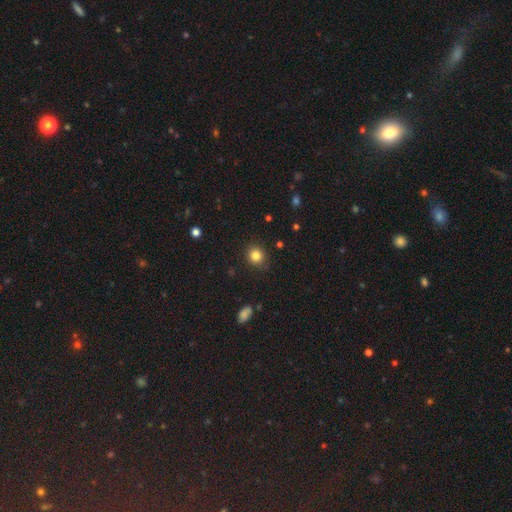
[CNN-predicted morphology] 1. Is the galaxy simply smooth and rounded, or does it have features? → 83% smooth, 11% star or artifact, 5% featured or disk.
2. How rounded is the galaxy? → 83% round, 16% in between, 1% cigar-shaped.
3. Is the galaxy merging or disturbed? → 84% none, 12% minor disturbance, 3% major disturbance, 1% merger.